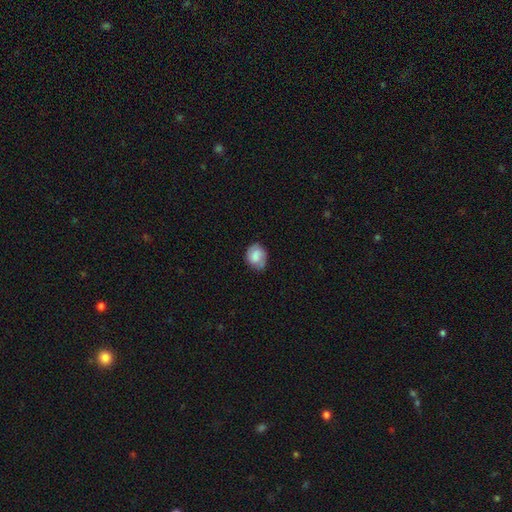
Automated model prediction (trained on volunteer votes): The model was most divided on "how rounded": round: 50%, in between: 49%, cigar-shaped: 1%. More confident: smooth or featured — smooth (71%); merging — none (66%).